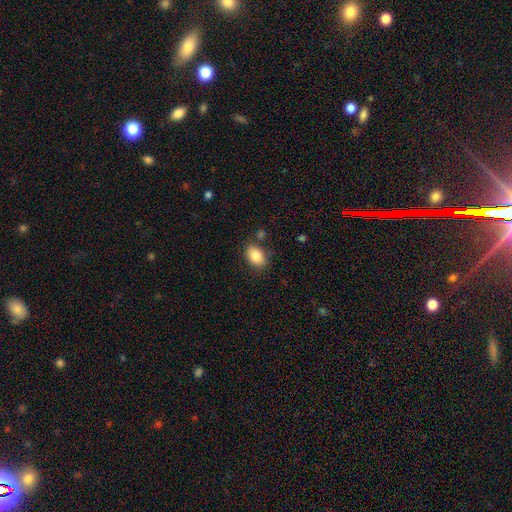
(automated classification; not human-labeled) Smooth or featured?
  - smooth: 84% *
  - featured or disk: 8%
  - star or artifact: 8%
How rounded?
  - in between: 84% *
  - round: 15%
  - cigar-shaped: 1%
Merging?
  - none: 78% *
  - minor disturbance: 14%
  - merger: 4%
  - major disturbance: 3%